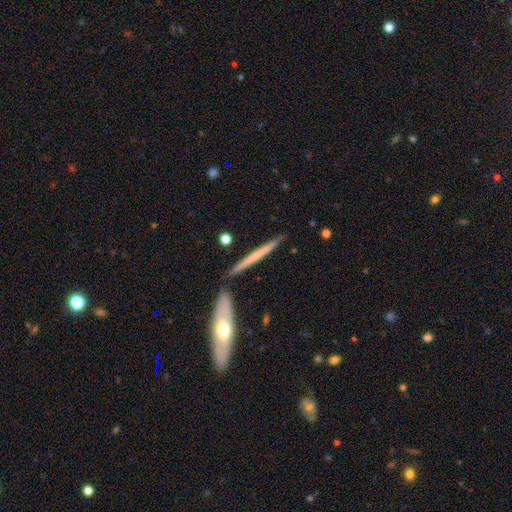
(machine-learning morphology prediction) Q: Smooth or featured?
A: featured or disk (48%); runner-up: smooth (47%)
Q: Merging?
A: none (84%); runner-up: minor disturbance (9%)